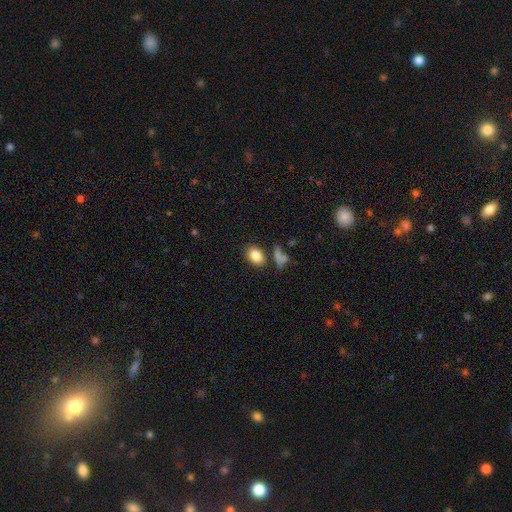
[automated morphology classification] smooth 84%, star or artifact 9%, featured or disk 8%. Down the decision tree: how rounded — in between (74%); merging — none (76%).